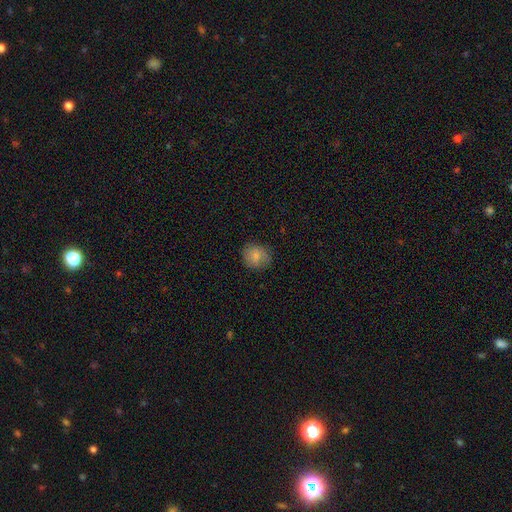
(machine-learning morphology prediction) smooth 80%, featured or disk 11%, star or artifact 9%. Down the decision tree: how rounded — round (77%); merging — none (80%).